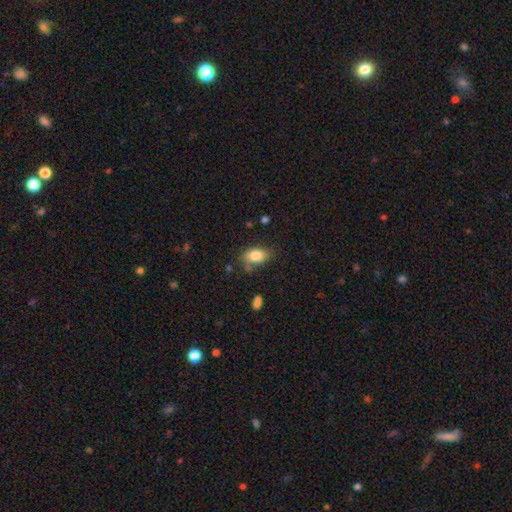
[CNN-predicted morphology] The model was most divided on "merging": none: 69%, minor disturbance: 20%, merger: 5%, major disturbance: 5%. More confident: how rounded — in between (85%); smooth or featured — smooth (83%).